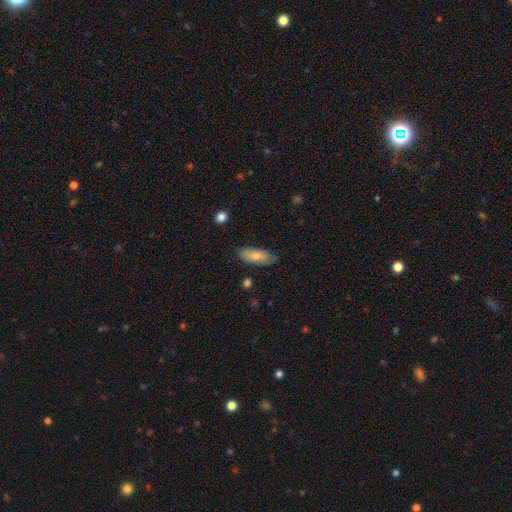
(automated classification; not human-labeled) Overall: smooth (81%). How rounded: in between (72%). Merging: none (81%).